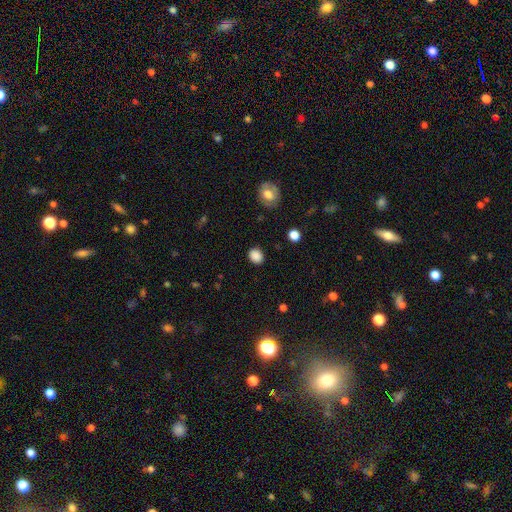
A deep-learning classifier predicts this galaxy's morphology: smooth-or-featured: smooth: 87% | star or artifact: 10% | featured or disk: 3%
  how-rounded: round: 60% | in between: 39% | cigar-shaped: 1%
  merging: none: 88% | minor disturbance: 8% | major disturbance: 3% | merger: 1%